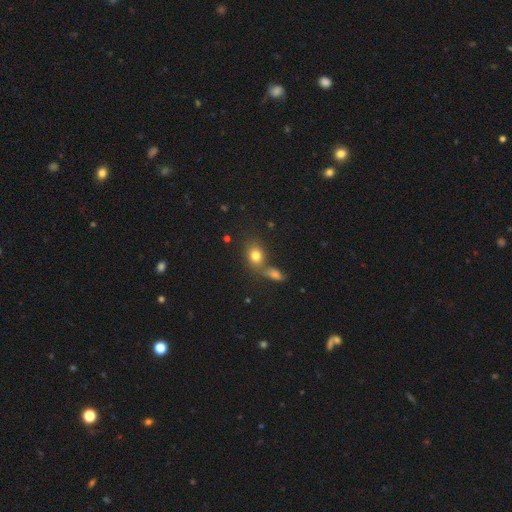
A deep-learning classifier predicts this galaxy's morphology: smooth_or_featured: smooth (p=0.79) [alt: star or artifact p=0.12]
how_rounded: in between (p=0.56) [alt: round p=0.42]
merging: none (p=0.57) [alt: merger p=0.27]